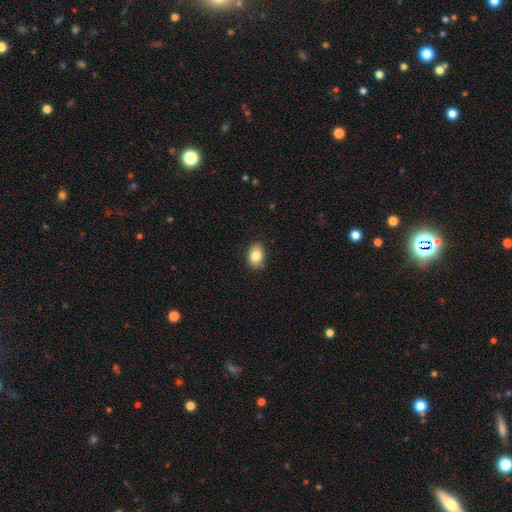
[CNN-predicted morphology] smooth 84%, featured or disk 8%, star or artifact 8%. Down the decision tree: how rounded — in between (81%); merging — none (86%).